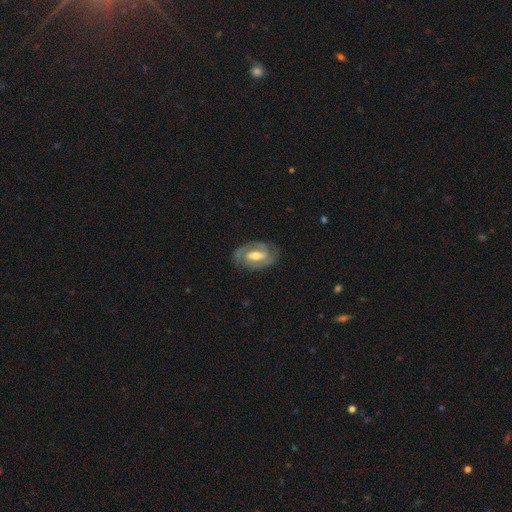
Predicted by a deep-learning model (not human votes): A featured or disk galaxy (78%) with a strong bar (42%), 2 (80%) tight (49%) spiral arms (85%) and a moderate central bulge (64%). Merging: none (79%).